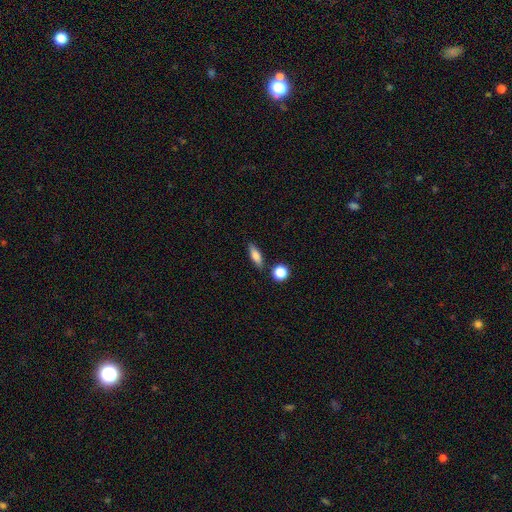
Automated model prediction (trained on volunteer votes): smooth 71%, featured or disk 21%, star or artifact 8%. Down the decision tree: how rounded — in between (54%); merging — none (82%).